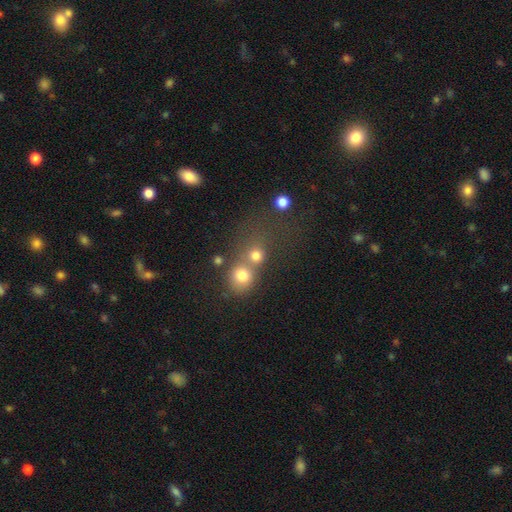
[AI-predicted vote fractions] Smooth or featured? smooth (75%)
How rounded? round (83%)
Merging? merger (47%)